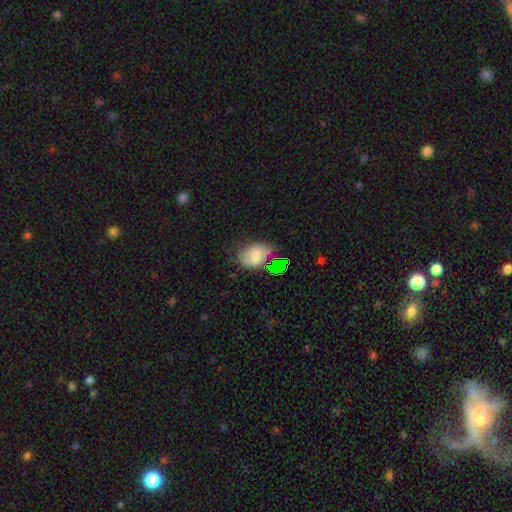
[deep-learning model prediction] smooth 63%, featured or disk 23%, star or artifact 15%. Down the decision tree: how rounded — in between (76%); merging — none (54%).